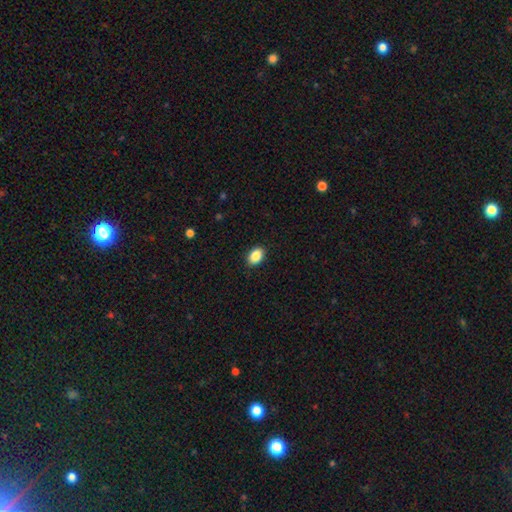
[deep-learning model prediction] Morphology: type=smooth (88%); roundness=in between (82%); merging=none (89%).